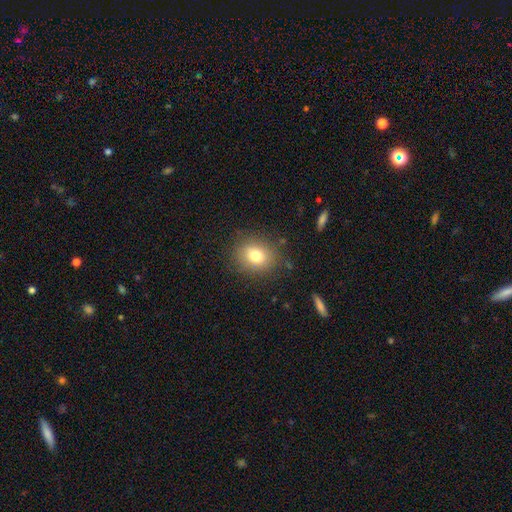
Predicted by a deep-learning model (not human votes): Smooth or featured: smooth — 78% (star or artifact — 11%)
How rounded: round — 58% (in between — 41%)
Merging: none — 85% (minor disturbance — 10%)